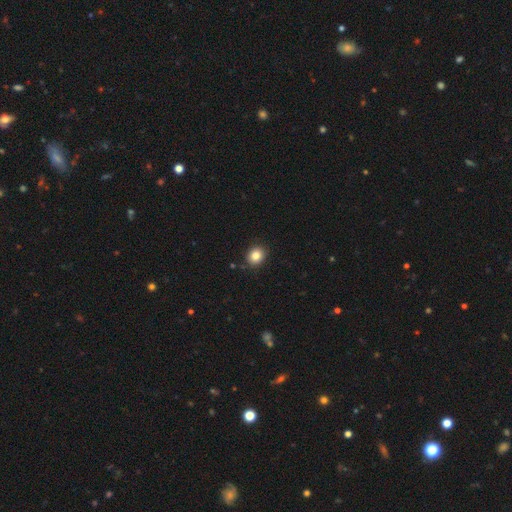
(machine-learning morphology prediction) Smooth or featured: smooth — 84% (star or artifact — 10%)
How rounded: round — 70% (in between — 29%)
Merging: none — 88% (minor disturbance — 8%)